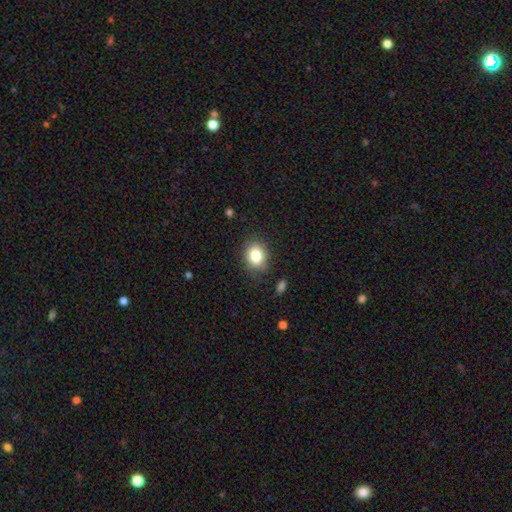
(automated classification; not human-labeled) Smooth or featured? smooth (82%)
How rounded? round (52%)
Merging? none (82%)